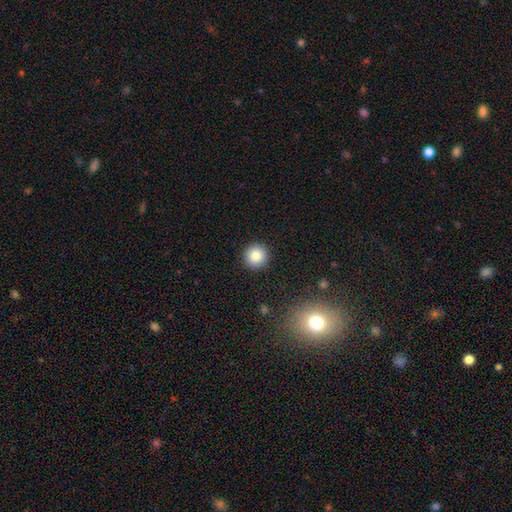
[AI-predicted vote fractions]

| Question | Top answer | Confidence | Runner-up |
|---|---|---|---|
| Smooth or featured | smooth | 84% | star or artifact (10%) |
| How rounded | round | 95% | in between (4%) |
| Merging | none | 92% | minor disturbance (5%) |